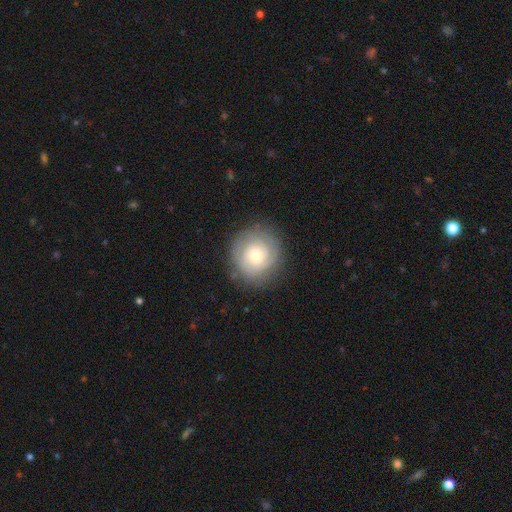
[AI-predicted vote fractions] A featured or disk galaxy (57%) with no bar (75%), spiral arms (87%) and a moderate central bulge (45%). Merging: none (81%).